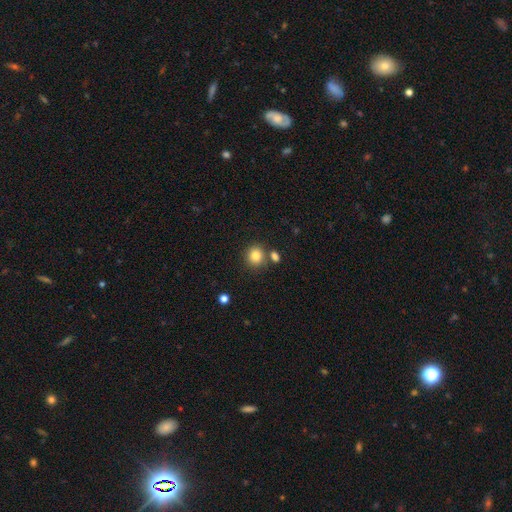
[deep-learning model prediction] The model was most divided on "merging": none: 73%, merger: 14%, minor disturbance: 10%, major disturbance: 3%. More confident: how rounded — round (85%); smooth or featured — smooth (83%).